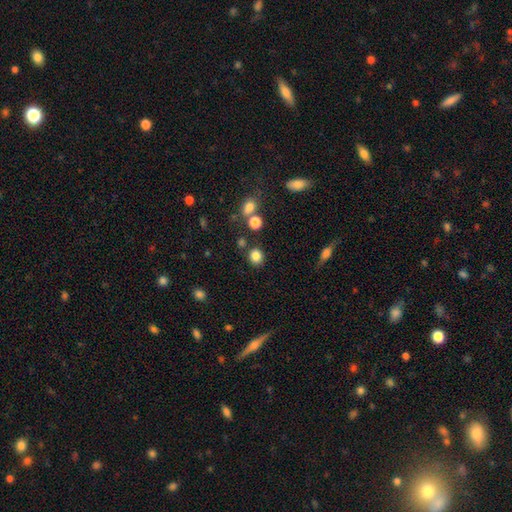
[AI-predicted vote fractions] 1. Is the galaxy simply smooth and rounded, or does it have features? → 84% smooth, 12% star or artifact, 5% featured or disk.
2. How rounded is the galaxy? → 77% round, 22% in between, 1% cigar-shaped.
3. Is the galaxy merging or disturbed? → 81% none, 9% minor disturbance, 6% merger, 4% major disturbance.